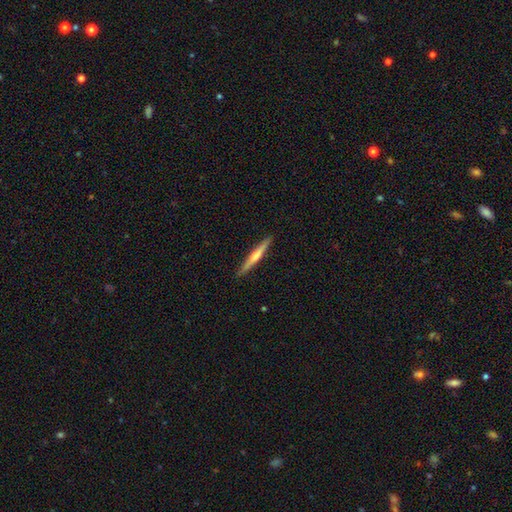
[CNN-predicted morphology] type=featured or disk (59%); edge-on=yes (98%); edge-on bulge=rounded (69%); merging=none (92%).